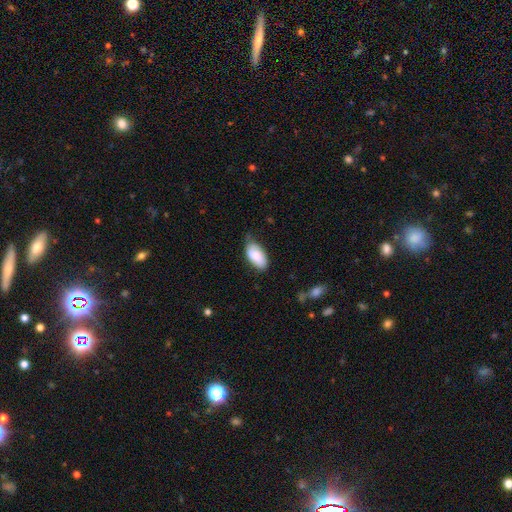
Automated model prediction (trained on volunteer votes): Morphology: type=smooth (86%); roundness=in between (93%); merging=none (56%).